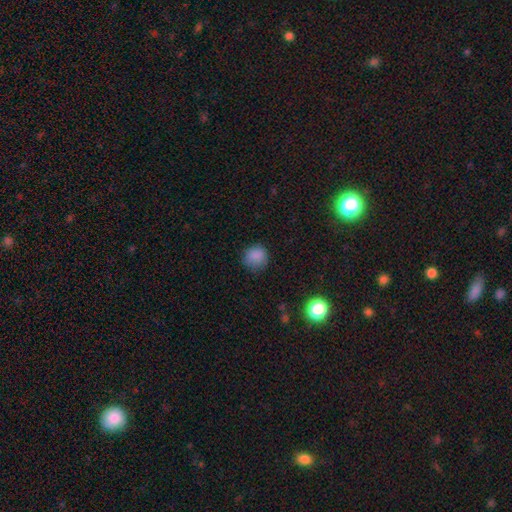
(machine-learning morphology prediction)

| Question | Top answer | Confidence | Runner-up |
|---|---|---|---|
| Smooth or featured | smooth | 86% | star or artifact (10%) |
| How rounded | round | 87% | in between (12%) |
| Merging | none | 79% | minor disturbance (15%) |